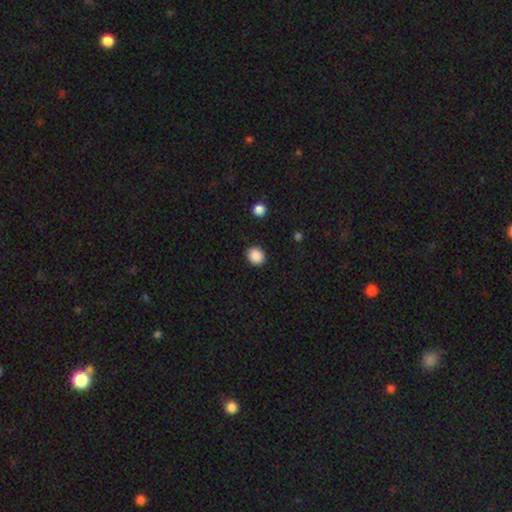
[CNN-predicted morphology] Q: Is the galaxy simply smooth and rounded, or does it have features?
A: smooth — 88%.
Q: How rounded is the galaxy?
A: round — 80%.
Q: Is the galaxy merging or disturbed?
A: none — 90%.